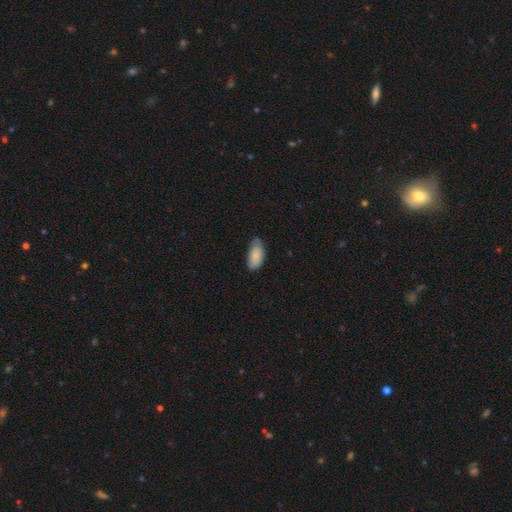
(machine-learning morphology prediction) Smooth or featured?
  - smooth: 86% *
  - featured or disk: 8%
  - star or artifact: 6%
How rounded?
  - in between: 91% *
  - cigar-shaped: 7%
  - round: 2%
Merging?
  - none: 61% *
  - minor disturbance: 33%
  - major disturbance: 5%
  - merger: 1%